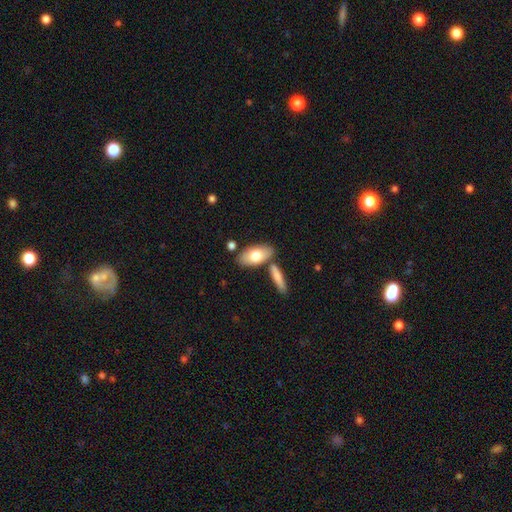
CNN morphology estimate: Overall: smooth (74%). How rounded: in between (90%). Merging: none (73%).